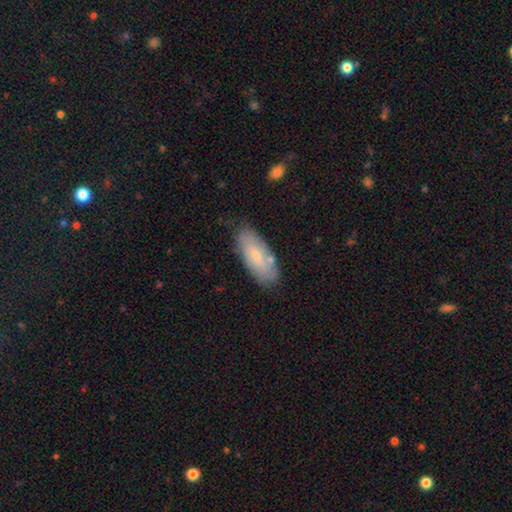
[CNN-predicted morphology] Smooth or featured?
  - smooth: 67% *
  - featured or disk: 27%
  - star or artifact: 6%
How rounded?
  - in between: 82% *
  - cigar-shaped: 16%
  - round: 2%
Merging?
  - none: 76% *
  - minor disturbance: 17%
  - merger: 4%
  - major disturbance: 3%